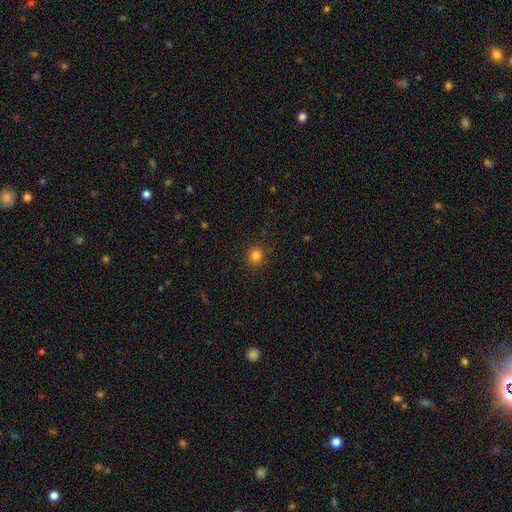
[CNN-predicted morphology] smooth-or-featured: smooth: 82% | star or artifact: 14% | featured or disk: 4%
  how-rounded: round: 88% | in between: 11% | cigar-shaped: 1%
  merging: none: 89% | minor disturbance: 7% | major disturbance: 2% | merger: 1%